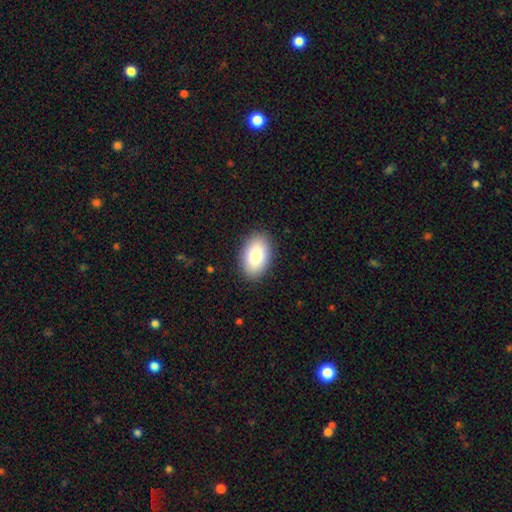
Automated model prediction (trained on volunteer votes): This appears to be a smooth galaxy with no disk features (83%) that is in between round and cigar-shaped (91%). Merging: none (89%).